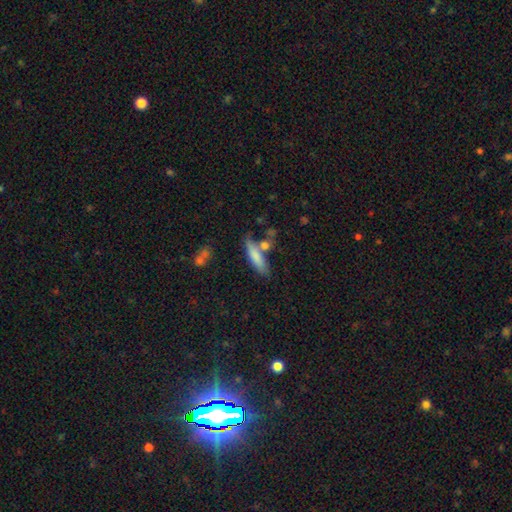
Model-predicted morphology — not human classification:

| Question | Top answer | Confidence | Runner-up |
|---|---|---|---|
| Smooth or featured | smooth | 75% | featured or disk (19%) |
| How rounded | cigar-shaped | 71% | in between (26%) |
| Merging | none | 62% | merger (16%) |